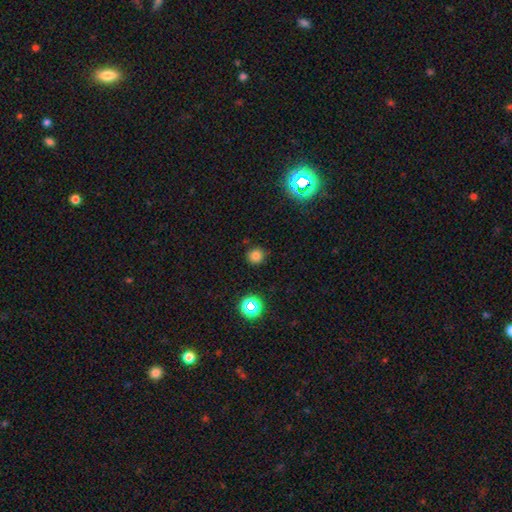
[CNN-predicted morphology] Smooth or featured? Predicted: smooth (p=0.76). How rounded? Predicted: round (p=0.93). Merging? Predicted: none (p=0.88).